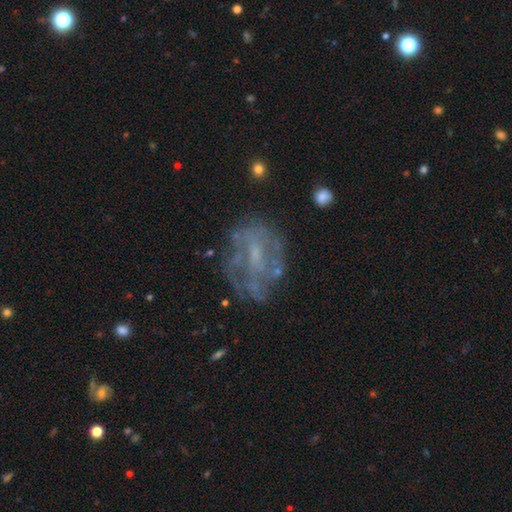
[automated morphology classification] This is likely a featured or disk galaxy (68%). It is clearly not viewed edge-on (97%). Bar: possibly no (45%). Spiral arm pattern: possibly yes (53%). Central bulge: possibly small (48%). Merging: likely none (60%).